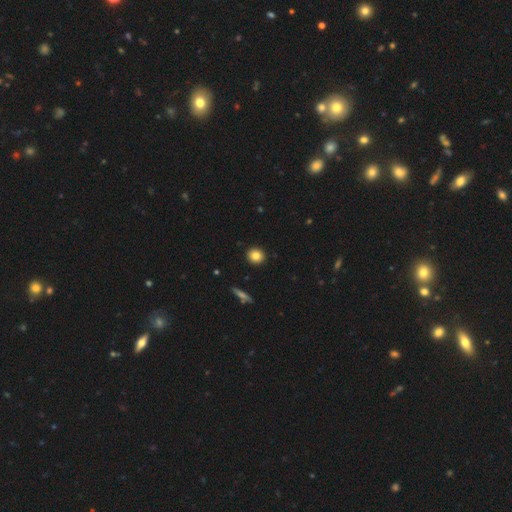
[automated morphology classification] Q: Smooth or featured?
A: smooth (84%); runner-up: star or artifact (9%)
Q: How rounded?
A: round (85%); runner-up: in between (13%)
Q: Merging?
A: none (92%); runner-up: minor disturbance (5%)